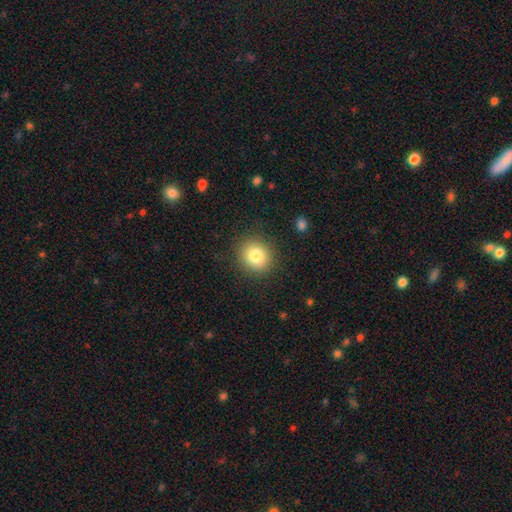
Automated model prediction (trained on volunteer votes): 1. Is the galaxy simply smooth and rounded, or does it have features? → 81% smooth, 11% star or artifact, 9% featured or disk.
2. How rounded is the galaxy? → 85% round, 15% in between, 1% cigar-shaped.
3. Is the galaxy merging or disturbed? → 88% none, 8% minor disturbance, 3% major disturbance, 1% merger.